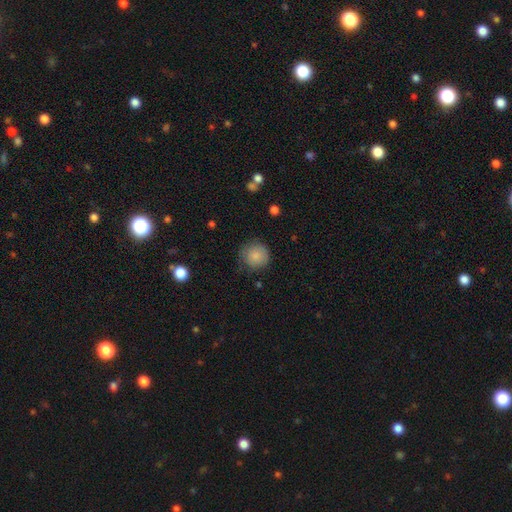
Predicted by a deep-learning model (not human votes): Smooth or featured: smooth — 85% (star or artifact — 8%)
How rounded: round — 94% (in between — 6%)
Merging: none — 77% (minor disturbance — 18%)